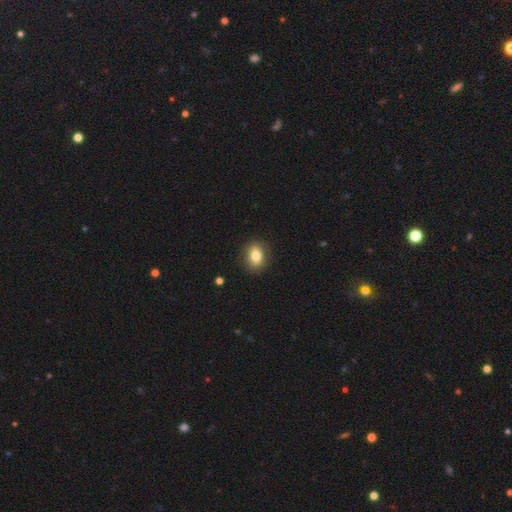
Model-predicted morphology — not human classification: This is likely a smooth galaxy (78%). How rounded: possibly in between (59%). Merging: clearly none (87%).